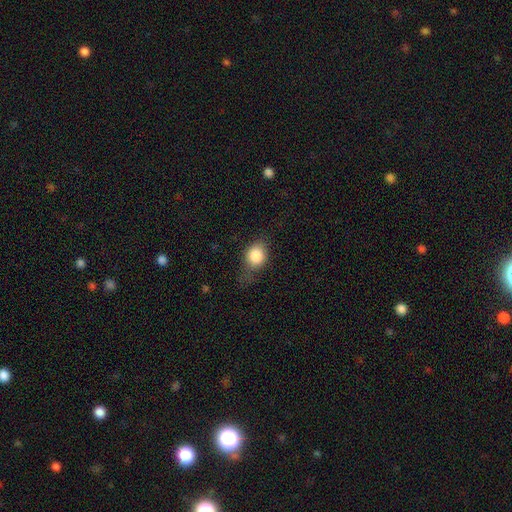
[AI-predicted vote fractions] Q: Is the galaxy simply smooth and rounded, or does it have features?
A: smooth — 82%.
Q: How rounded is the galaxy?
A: round — 58%.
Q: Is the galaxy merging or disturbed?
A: none — 54%.